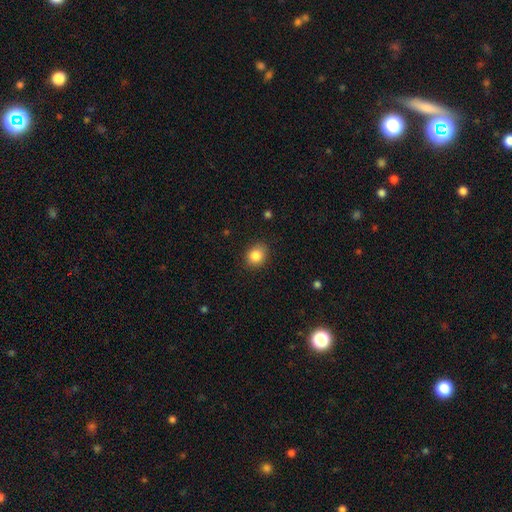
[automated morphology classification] Smooth or featured? smooth (85%)
How rounded? round (65%)
Merging? none (87%)